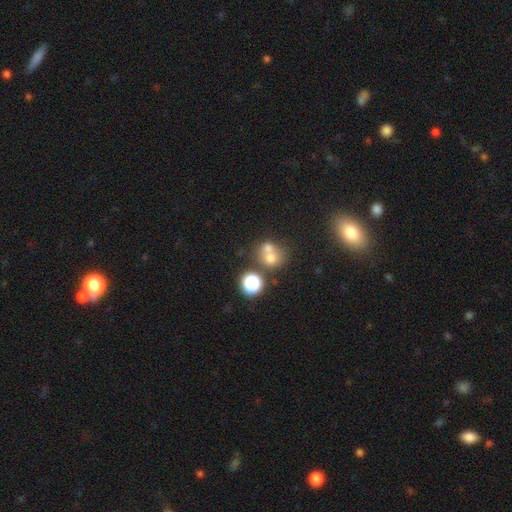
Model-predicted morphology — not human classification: Smooth or featured? star or artifact (44%, tied with smooth)